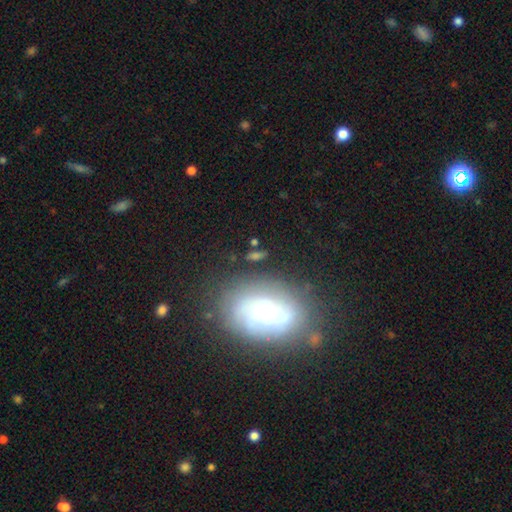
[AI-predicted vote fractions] Smooth or featured: featured or disk — 50% (smooth — 36%)
Edge-on disk: no — 94% (yes — 6%)
Merging: none — 61% (minor disturbance — 21%)